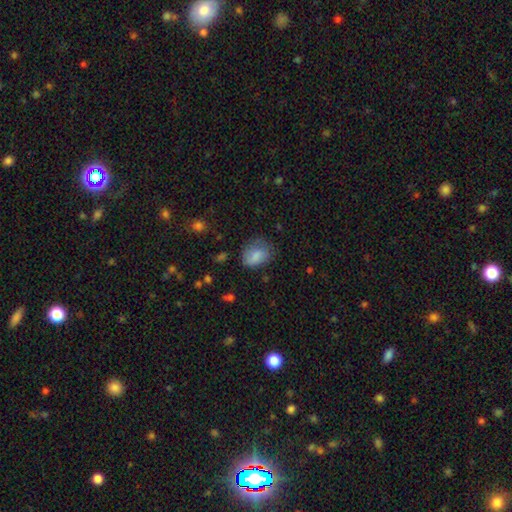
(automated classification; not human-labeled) Smooth or featured? Predicted: smooth (p=0.78). How rounded? Predicted: in between (p=0.68). Merging? Predicted: none (p=0.56).